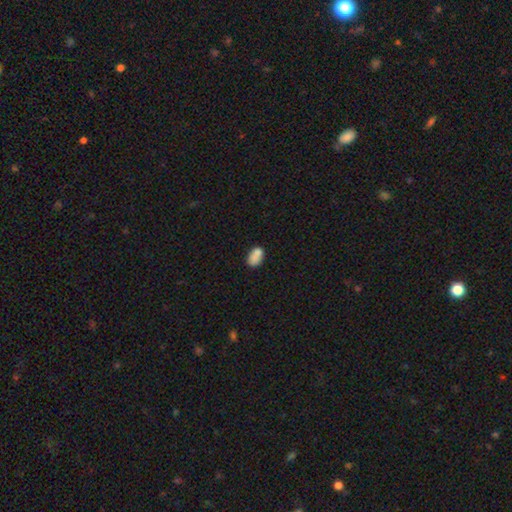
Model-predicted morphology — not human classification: smooth-or-featured: smooth: 79% | featured or disk: 12% | star or artifact: 9%
  how-rounded: in between: 85% | round: 13% | cigar-shaped: 2%
  merging: none: 53% | merger: 23% | minor disturbance: 18% | major disturbance: 6%